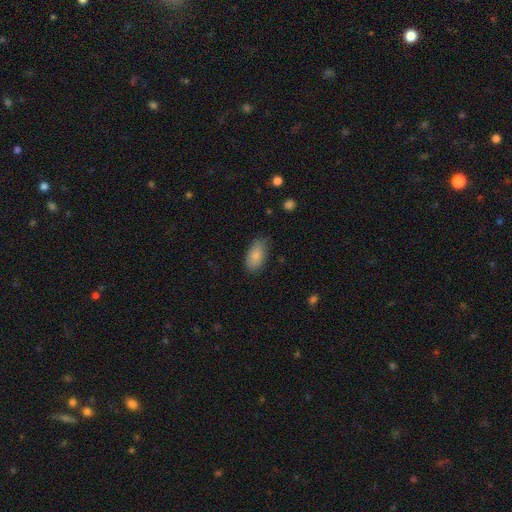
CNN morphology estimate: A smooth galaxy with no disk features (83%) that is in between round and cigar-shaped (93%).

Vote fractions:
- Smooth or featured? smooth: 83% / featured or disk: 10% / star or artifact: 7%
- How rounded? in between: 93% / round: 4% / cigar-shaped: 3%
- Merging? none: 73% / minor disturbance: 22% / major disturbance: 4% / merger: 1%